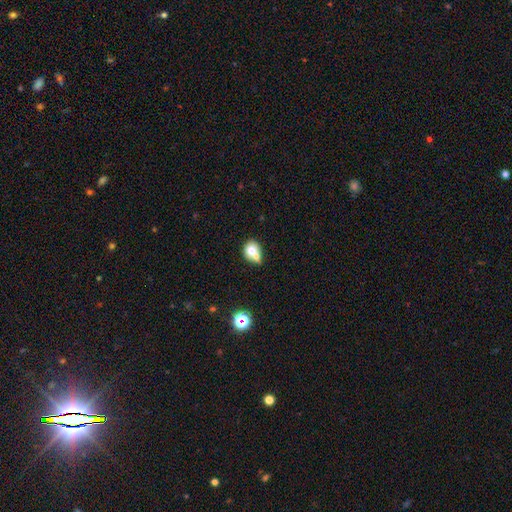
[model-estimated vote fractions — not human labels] This is likely a smooth galaxy (69%). How rounded: likely round (66%). Merging: possibly merger (50%).